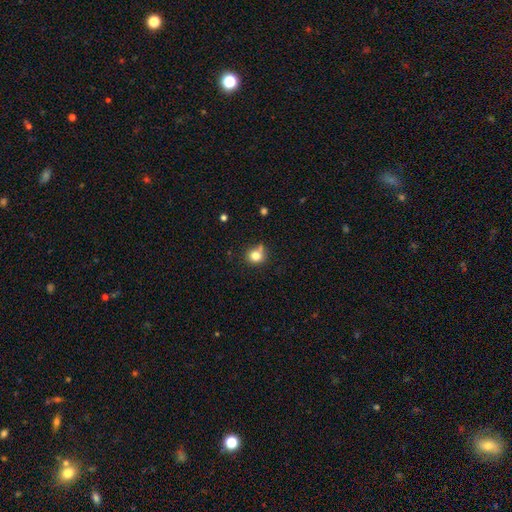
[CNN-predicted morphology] This appears to be a smooth galaxy with no disk features (80%) that is round (85%). Merging: none (66%).